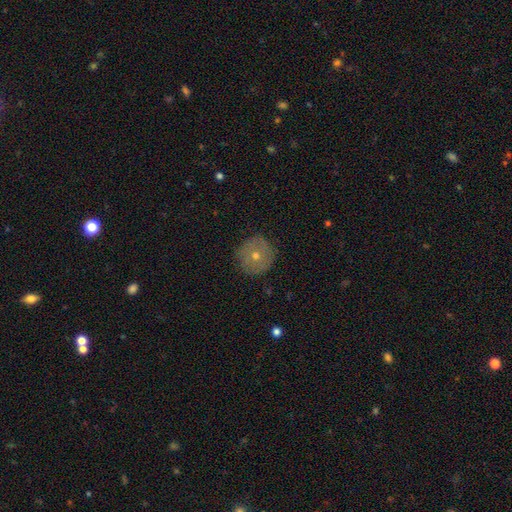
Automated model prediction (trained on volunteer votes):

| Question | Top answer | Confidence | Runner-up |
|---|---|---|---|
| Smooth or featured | smooth | 48% | featured or disk (40%) |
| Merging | none | 86% | minor disturbance (10%) |